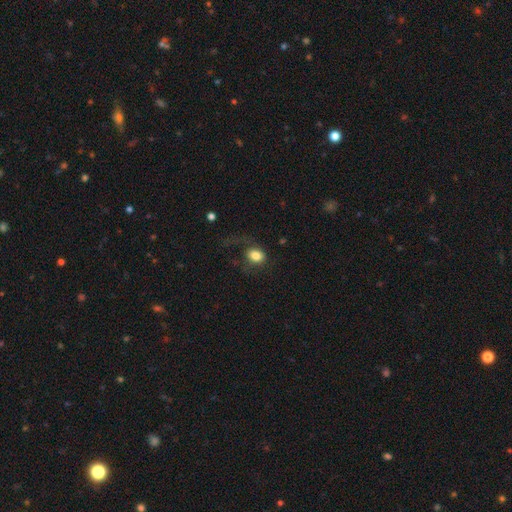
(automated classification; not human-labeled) Smooth or featured? smooth (80%)
How rounded? in between (59%)
Merging? none (46%)